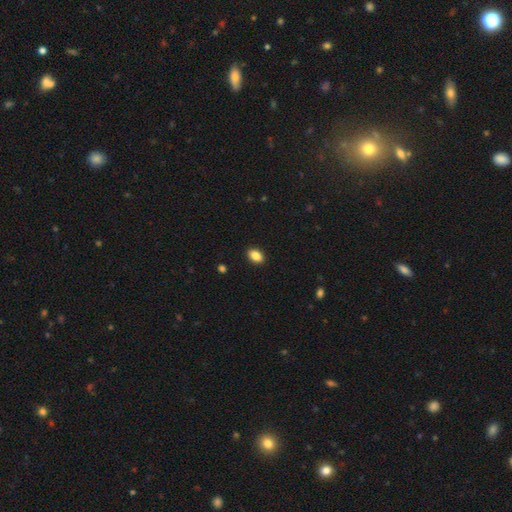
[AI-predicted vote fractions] Morphology: type=smooth (87%); roundness=in between (85%); merging=none (90%).